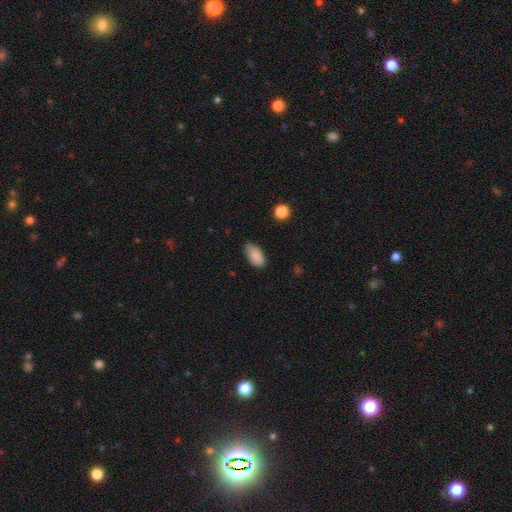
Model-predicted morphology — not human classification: smooth-or-featured: smooth: 87% | star or artifact: 7% | featured or disk: 5%
  how-rounded: in between: 93% | round: 4% | cigar-shaped: 3%
  merging: none: 75% | minor disturbance: 20% | major disturbance: 3% | merger: 1%